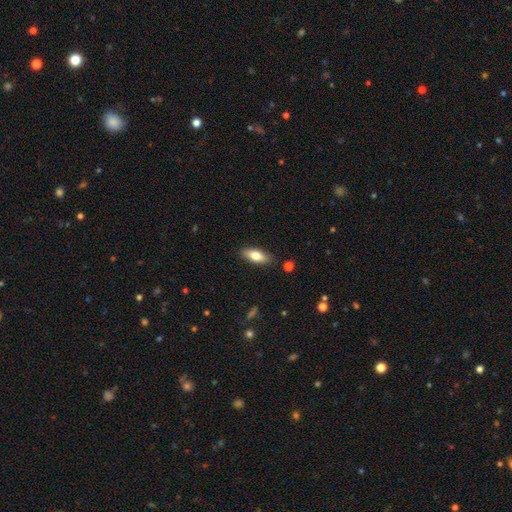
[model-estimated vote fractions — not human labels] Smooth or featured? smooth (75%)
How rounded? in between (75%)
Merging? none (87%)